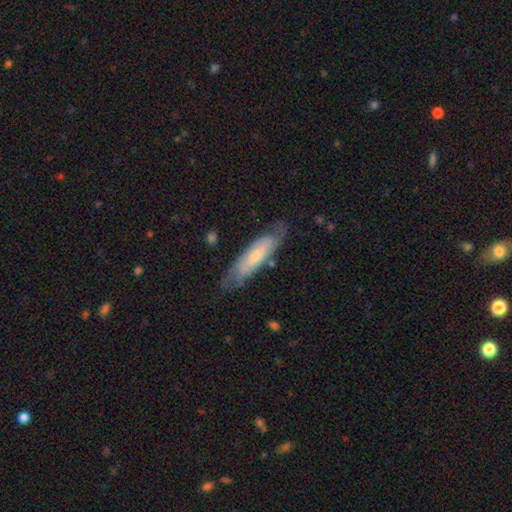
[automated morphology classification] smooth_or_featured: featured or disk (p=0.54) [alt: smooth p=0.40]
disk_edge_on: no (p=0.64) [alt: yes p=0.36]
merging: none (p=0.71) [alt: minor disturbance p=0.21]